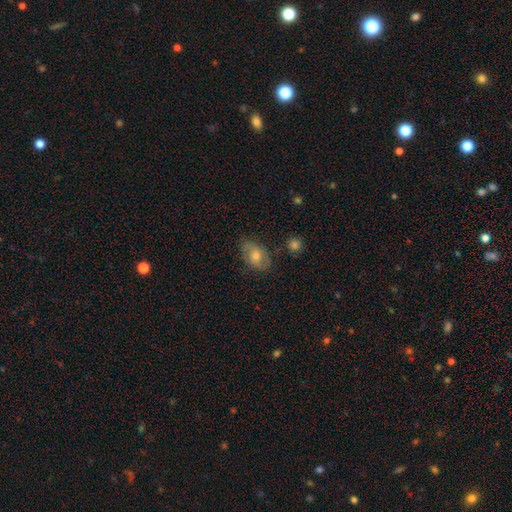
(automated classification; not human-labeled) smooth-or-featured: smooth: 47% | featured or disk: 43% | star or artifact: 10%
  merging: none: 75% | minor disturbance: 18% | major disturbance: 5% | merger: 2%